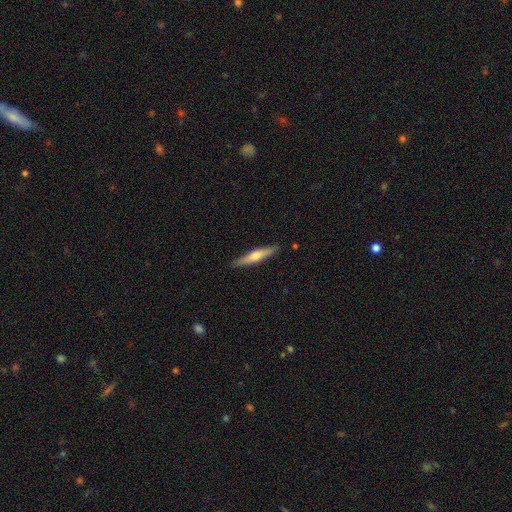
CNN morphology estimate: smooth_or_featured: smooth (p=0.48) [alt: featured or disk p=0.47]
merging: none (p=0.90) [alt: minor disturbance p=0.07]